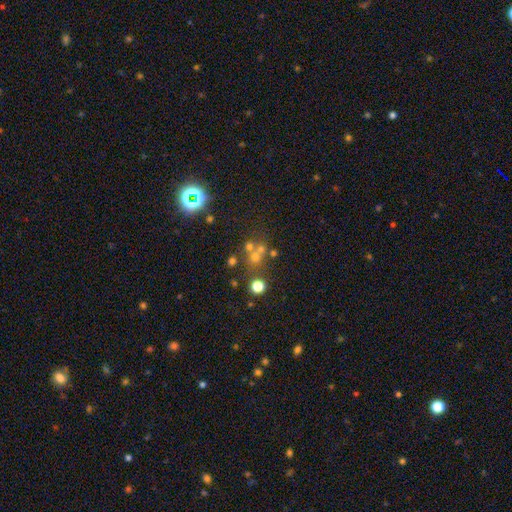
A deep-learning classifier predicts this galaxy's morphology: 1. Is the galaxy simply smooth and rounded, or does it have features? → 41% star or artifact, 40% smooth, 19% featured or disk.